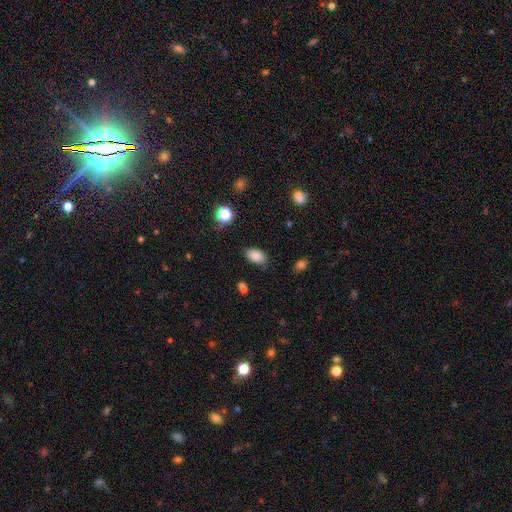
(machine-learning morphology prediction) A smooth galaxy with no disk features (85%) that is in between round and cigar-shaped (91%). Merging: none (79%).